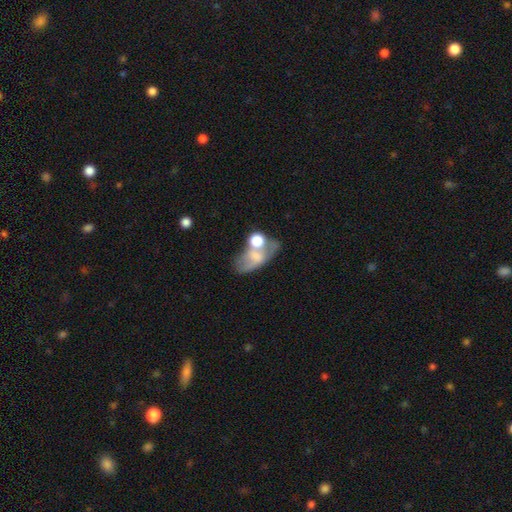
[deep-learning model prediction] The model was most divided on "merging": merger: 35%, none: 27%, major disturbance: 21%, minor disturbance: 17%. More confident: how rounded — in between (79%); smooth or featured — smooth (53%).